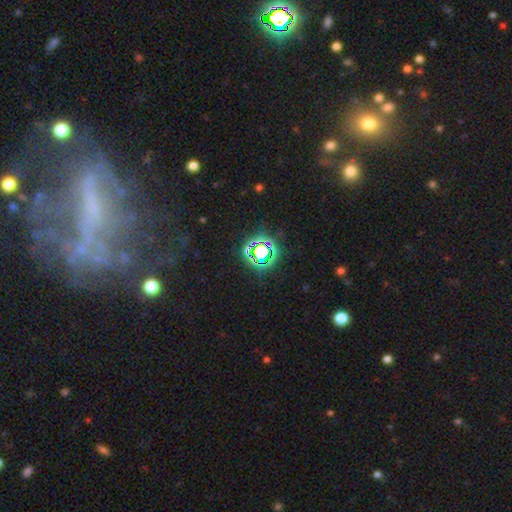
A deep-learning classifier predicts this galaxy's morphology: The model was most divided on "smooth or featured": star or artifact: 74%, smooth: 16%, featured or disk: 10%.